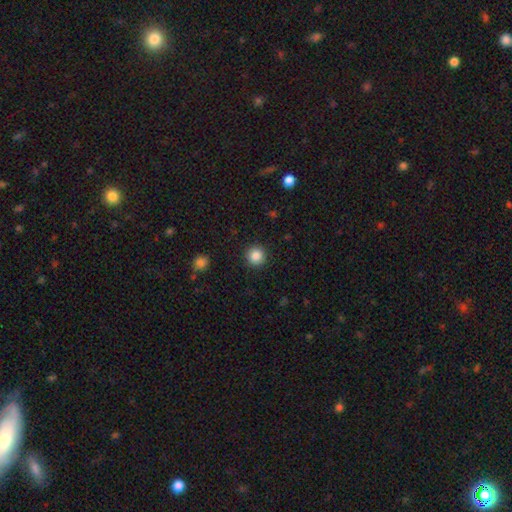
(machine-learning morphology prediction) Smooth or featured? smooth (87%)
How rounded? round (95%)
Merging? none (92%)